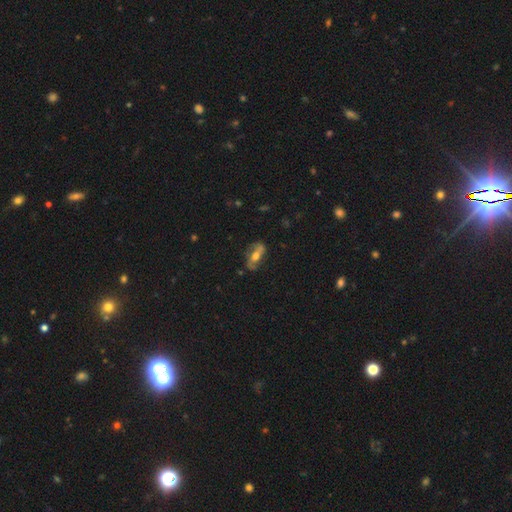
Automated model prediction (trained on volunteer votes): Q: Smooth or featured?
A: featured or disk (58%); runner-up: smooth (35%)
Q: Edge-on disk?
A: no (79%); runner-up: yes (21%)
Q: Merging?
A: none (69%); runner-up: minor disturbance (20%)